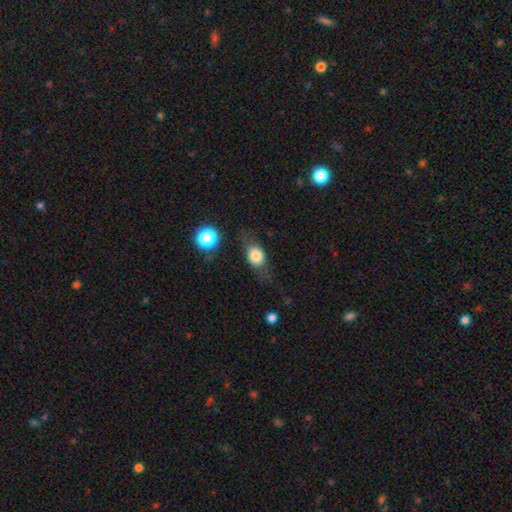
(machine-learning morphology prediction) Smooth or featured? Predicted: smooth (p=0.68). How rounded? Predicted: in between (p=0.54). Merging? Predicted: none (p=0.67).